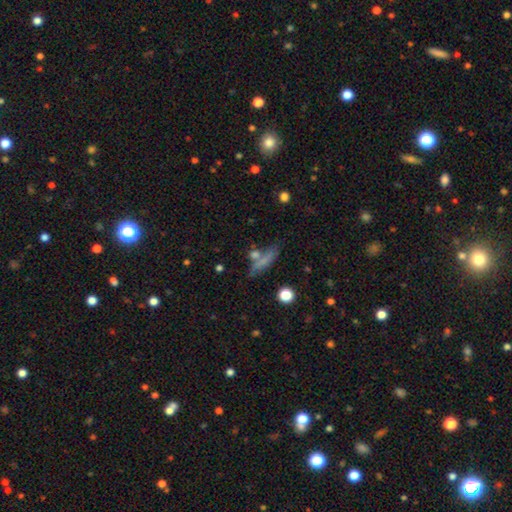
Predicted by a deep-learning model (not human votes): A smooth galaxy with no disk features (60%) that is cigar-shaped (66%). Merging: none (59%).